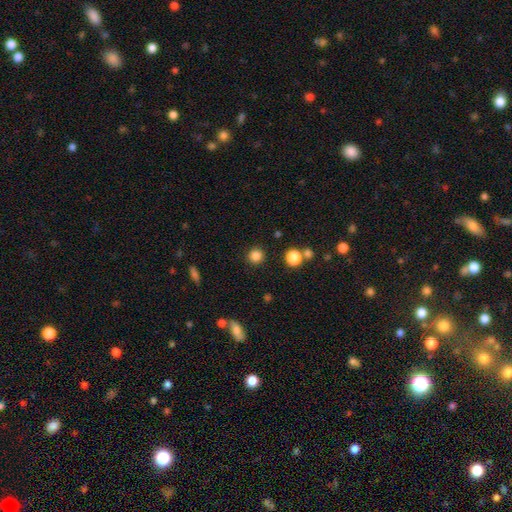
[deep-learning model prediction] smooth-or-featured: smooth: 84% | star or artifact: 12% | featured or disk: 4%
  how-rounded: round: 93% | in between: 6% | cigar-shaped: 1%
  merging: none: 89% | minor disturbance: 6% | merger: 3% | major disturbance: 2%